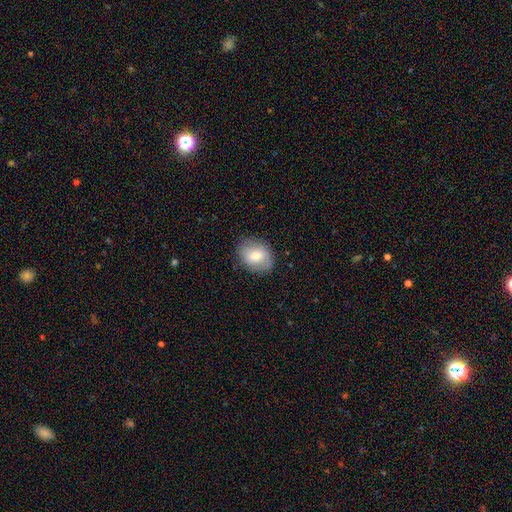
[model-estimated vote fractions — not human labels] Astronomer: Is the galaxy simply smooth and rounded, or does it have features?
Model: smooth — 68%.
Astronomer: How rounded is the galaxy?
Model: in between — 58% (runner-up: round, 41%).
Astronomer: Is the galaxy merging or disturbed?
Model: none — 81%.